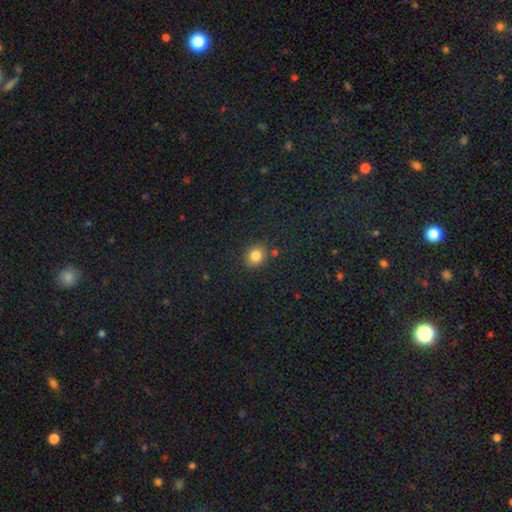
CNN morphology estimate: Smooth or featured? Predicted: smooth (p=0.83). How rounded? Predicted: round (p=0.64). Merging? Predicted: none (p=0.83).